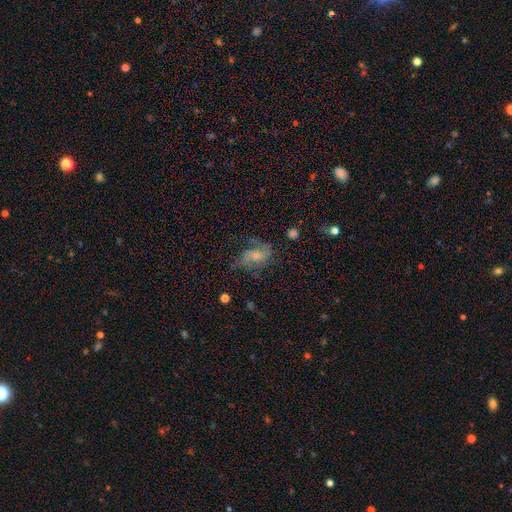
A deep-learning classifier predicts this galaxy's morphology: type=featured or disk (52%); edge-on=no (95%); merging=none (46%).